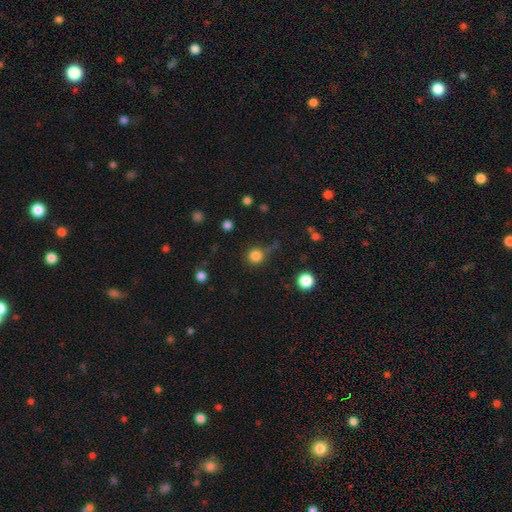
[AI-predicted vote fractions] Smooth or featured: smooth — 82% (star or artifact — 13%)
How rounded: round — 94% (in between — 5%)
Merging: none — 79% (minor disturbance — 12%)